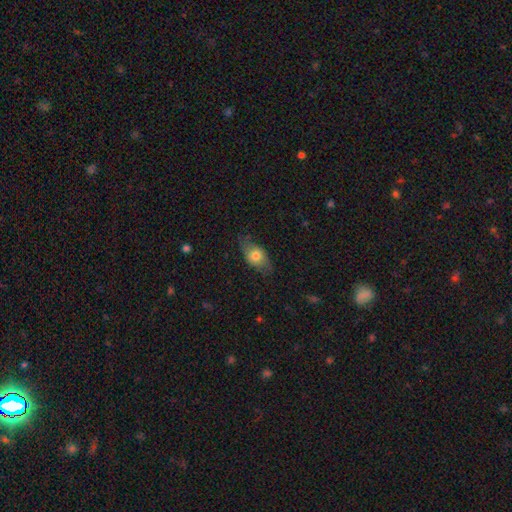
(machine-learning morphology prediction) smooth_or_featured: smooth (p=0.67) [alt: featured or disk p=0.26]
how_rounded: in between (p=0.84) [alt: round p=0.11]
merging: none (p=0.68) [alt: minor disturbance p=0.24]